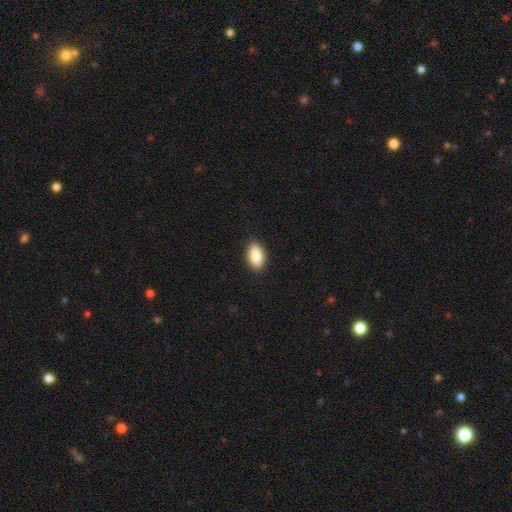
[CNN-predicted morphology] smooth 84%, featured or disk 10%, star or artifact 7%. Down the decision tree: how rounded — in between (90%); merging — none (90%).